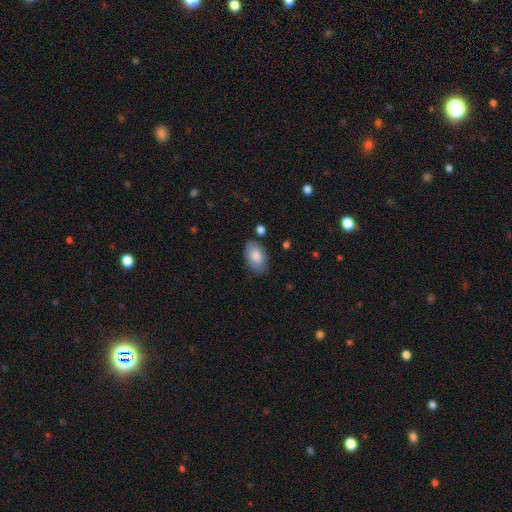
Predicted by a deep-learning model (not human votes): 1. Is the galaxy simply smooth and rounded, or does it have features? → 82% smooth, 11% featured or disk, 6% star or artifact.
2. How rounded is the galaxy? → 93% in between, 6% round, 1% cigar-shaped.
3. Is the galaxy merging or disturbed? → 78% none, 16% minor disturbance, 3% major disturbance, 3% merger.